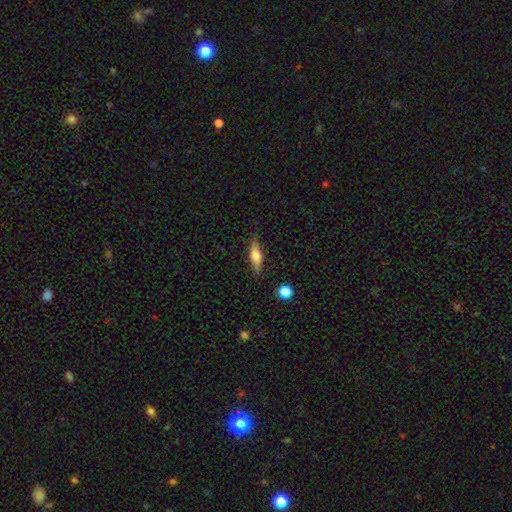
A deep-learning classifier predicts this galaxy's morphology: The model was most divided on "smooth or featured": smooth: 57%, featured or disk: 36%, star or artifact: 7%. More confident: merging — none (83%); how rounded — cigar-shaped (60%).